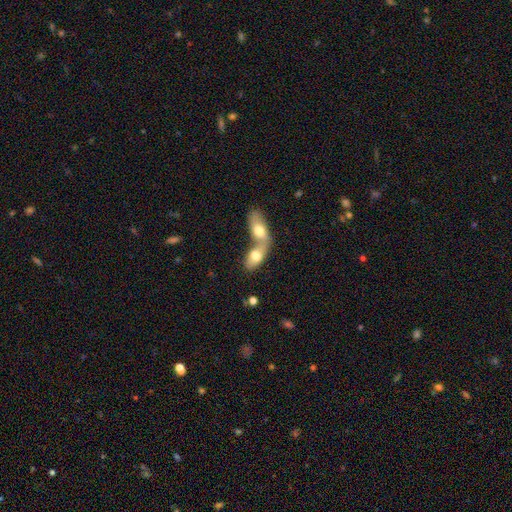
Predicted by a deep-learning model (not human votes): This appears to be a smooth galaxy with no disk features (71%) that is in between round and cigar-shaped (86%). Merging: merger (77%).